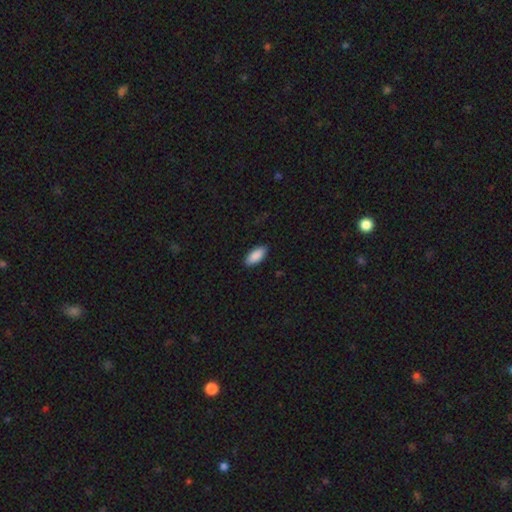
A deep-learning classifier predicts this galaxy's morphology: Q: Smooth or featured?
A: smooth (90%); runner-up: star or artifact (6%)
Q: How rounded?
A: in between (89%); runner-up: cigar-shaped (9%)
Q: Merging?
A: none (88%); runner-up: minor disturbance (9%)